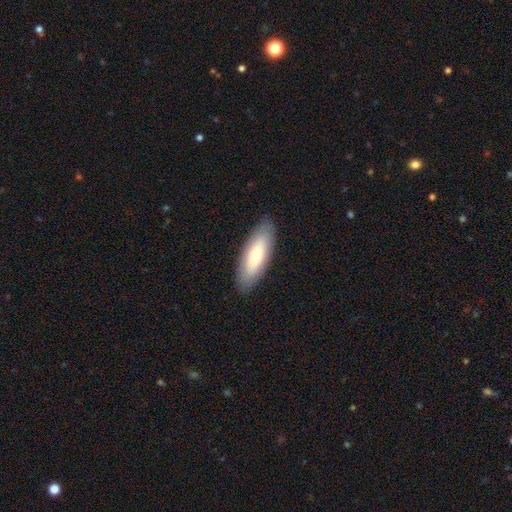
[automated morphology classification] type=smooth (71%); roundness=in between (67%); merging=none (88%).